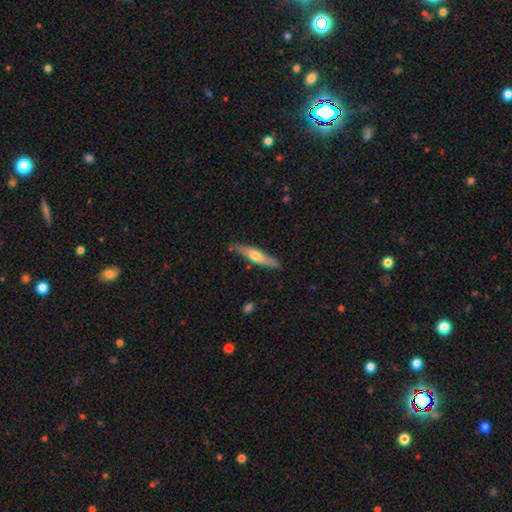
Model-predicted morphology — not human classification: smooth-or-featured: smooth: 48% | featured or disk: 46% | star or artifact: 5%
  merging: none: 82% | minor disturbance: 13% | major disturbance: 2% | merger: 2%